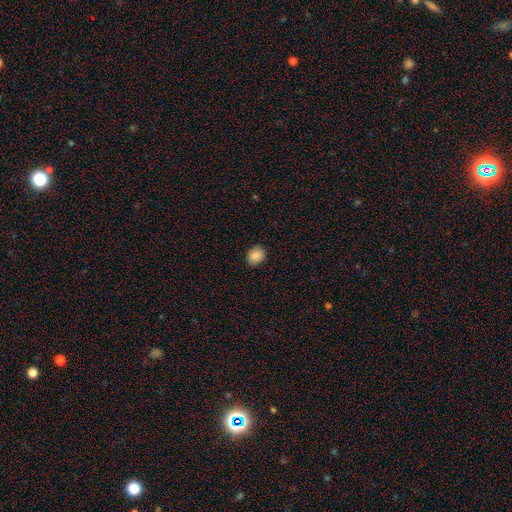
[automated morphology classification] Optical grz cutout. It shows a smooth galaxy with no disk features (88%) that is round (58%). Merging: none (87%).